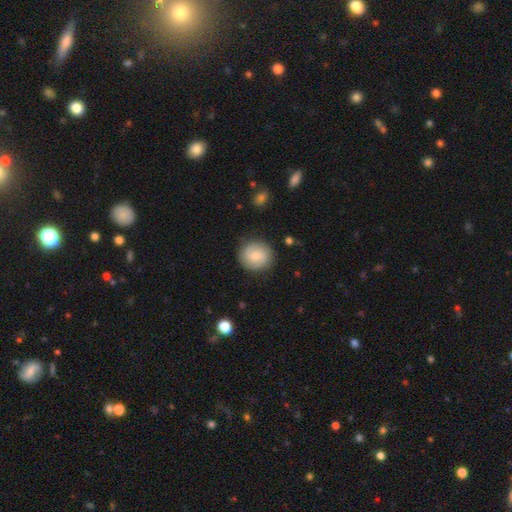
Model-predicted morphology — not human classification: Smooth or featured: smooth — 55% (featured or disk — 38%)
How rounded: round — 90% (in between — 9%)
Merging: none — 86% (minor disturbance — 10%)